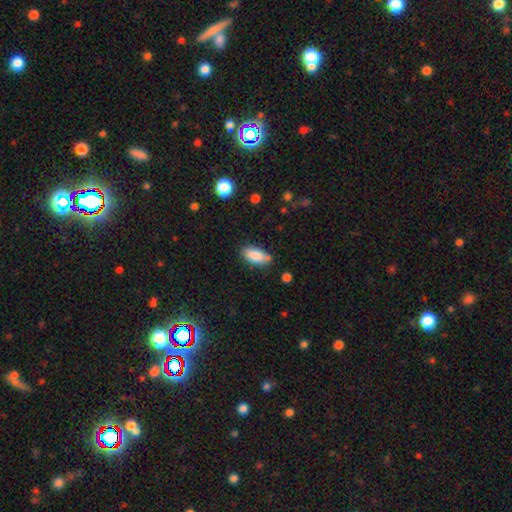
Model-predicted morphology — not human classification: A smooth galaxy with no disk features (86%) that is in between round and cigar-shaped (88%).

Vote fractions:
- Smooth or featured? smooth: 86% / featured or disk: 7% / star or artifact: 7%
- How rounded? in between: 88% / cigar-shaped: 9% / round: 2%
- Merging? none: 76% / minor disturbance: 18% / major disturbance: 3% / merger: 3%